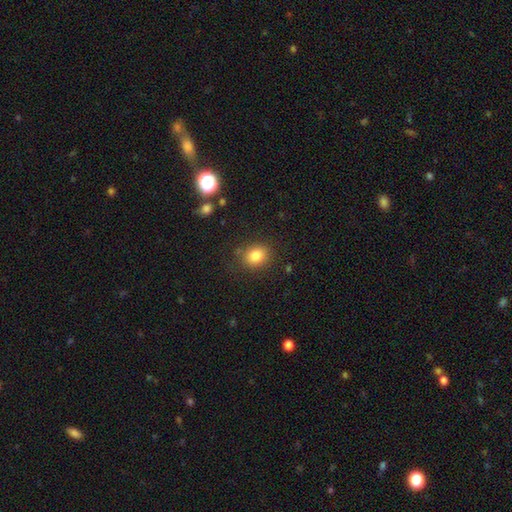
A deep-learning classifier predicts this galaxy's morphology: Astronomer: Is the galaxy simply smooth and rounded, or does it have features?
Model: smooth — 82%.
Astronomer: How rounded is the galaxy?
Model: round — 68%.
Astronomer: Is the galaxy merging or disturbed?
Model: none — 84%.